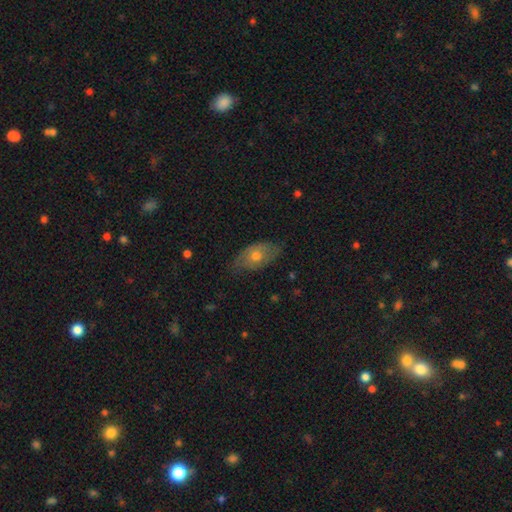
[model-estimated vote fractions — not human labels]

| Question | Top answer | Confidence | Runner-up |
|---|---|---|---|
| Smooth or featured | smooth | 49% | featured or disk (43%) |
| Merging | none | 65% | minor disturbance (28%) |